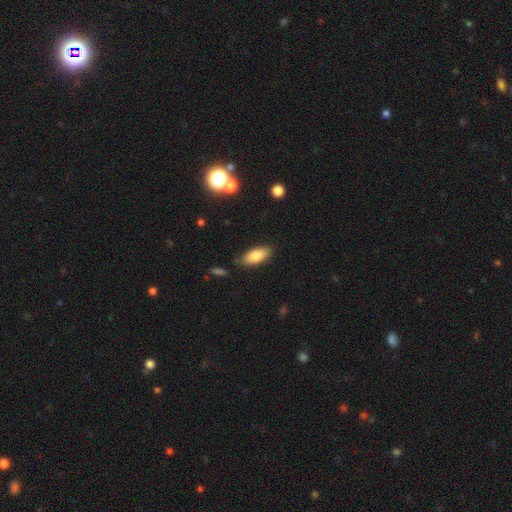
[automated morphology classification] Q: Smooth or featured?
A: smooth (81%); runner-up: featured or disk (12%)
Q: How rounded?
A: in between (84%); runner-up: cigar-shaped (13%)
Q: Merging?
A: none (81%); runner-up: minor disturbance (14%)